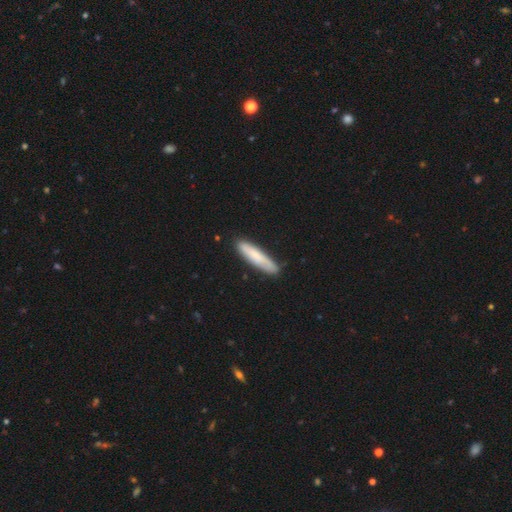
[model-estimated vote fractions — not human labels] This appears to be a smooth galaxy with no disk features (72%) that is cigar-shaped (85%). Merging: none (83%).